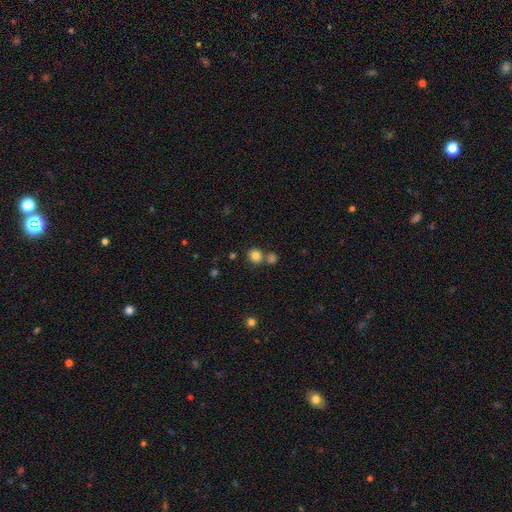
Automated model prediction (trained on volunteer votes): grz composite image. It shows a smooth galaxy with no disk features (82%) that is round (84%). Merging: none (66%).